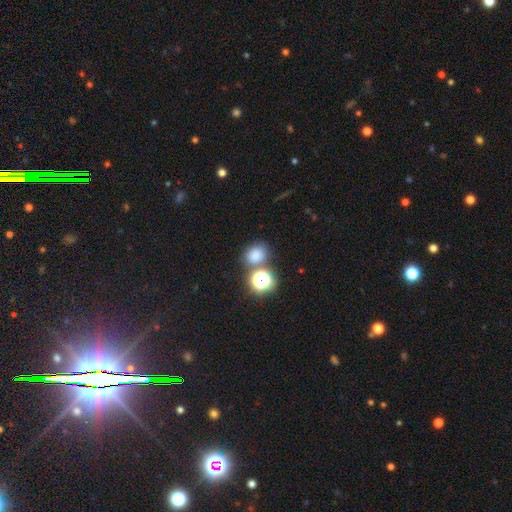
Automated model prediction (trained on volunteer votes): Smooth or featured? Predicted: smooth (p=0.75). How rounded? Predicted: round (p=0.63). Merging? Predicted: none (p=0.67).